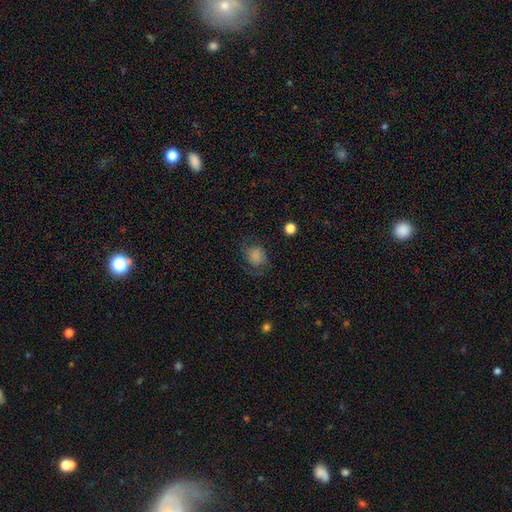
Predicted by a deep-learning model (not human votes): smooth-or-featured: smooth: 71% | featured or disk: 18% | star or artifact: 11%
  how-rounded: round: 62% | in between: 37% | cigar-shaped: 1%
  merging: none: 63% | minor disturbance: 21% | major disturbance: 15% | merger: 2%